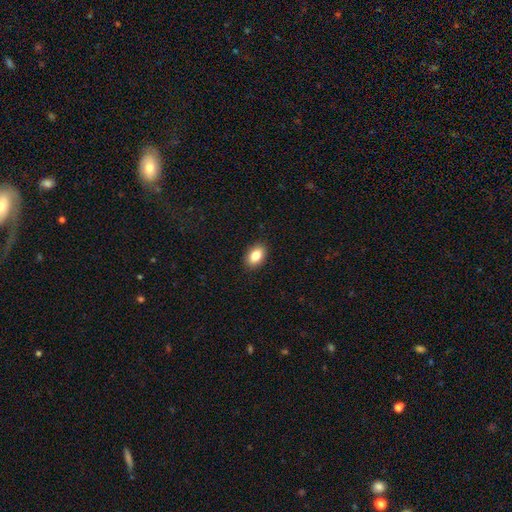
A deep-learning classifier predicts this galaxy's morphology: smooth-or-featured: smooth: 85% | star or artifact: 8% | featured or disk: 7%
  how-rounded: in between: 89% | round: 9% | cigar-shaped: 2%
  merging: none: 89% | minor disturbance: 8% | major disturbance: 2% | merger: 1%